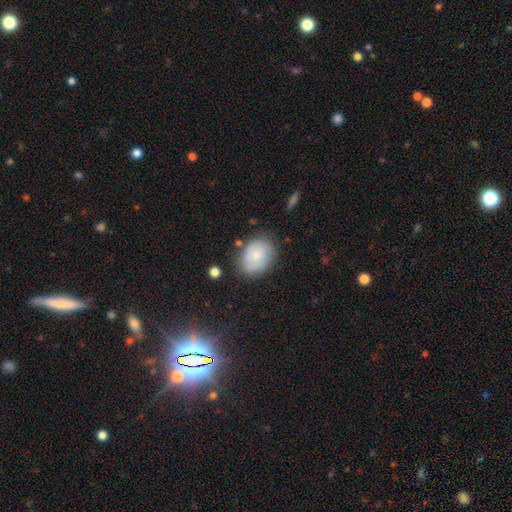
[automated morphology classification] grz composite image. It shows a smooth galaxy with no disk features (63%) that is in between round and cigar-shaped (58%). Merging: none (74%).